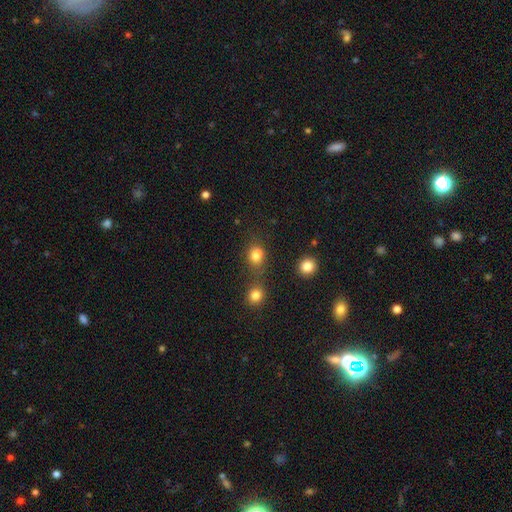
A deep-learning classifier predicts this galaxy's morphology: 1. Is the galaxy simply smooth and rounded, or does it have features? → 79% smooth, 14% star or artifact, 7% featured or disk.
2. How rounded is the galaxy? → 62% round, 36% in between, 1% cigar-shaped.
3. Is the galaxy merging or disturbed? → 48% none, 33% merger, 13% minor disturbance, 6% major disturbance.